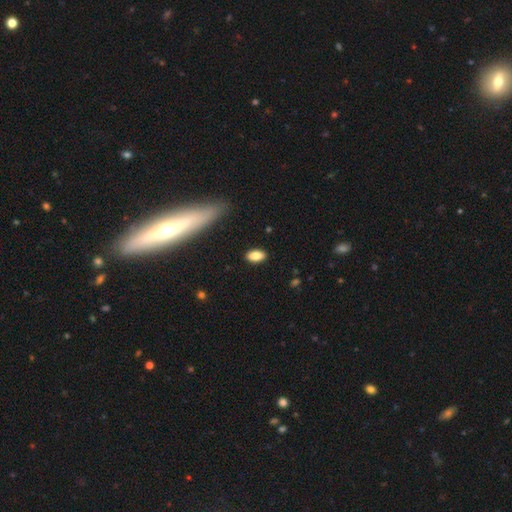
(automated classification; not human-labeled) A smooth galaxy with no disk features (82%) that is in between round and cigar-shaped (90%). Merging: none (88%).